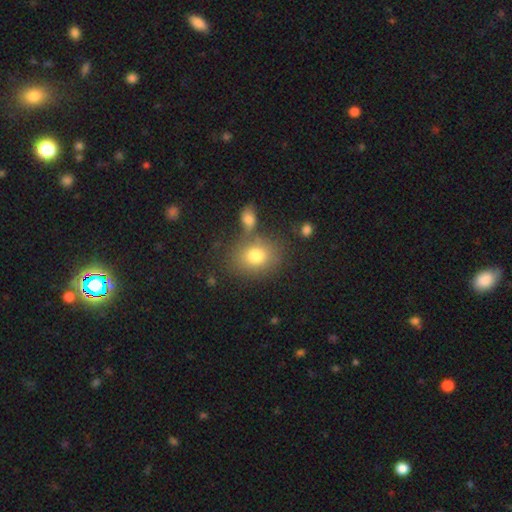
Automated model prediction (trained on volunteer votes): Overall: smooth (77%). How rounded: round (53%; in between 46%). Merging: none (65%).